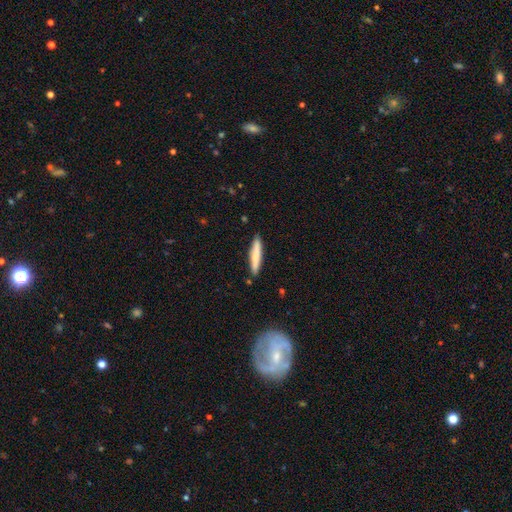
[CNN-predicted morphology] Q: Smooth or featured?
A: smooth (75%); runner-up: featured or disk (19%)
Q: How rounded?
A: cigar-shaped (91%); runner-up: in between (8%)
Q: Merging?
A: none (87%); runner-up: minor disturbance (9%)